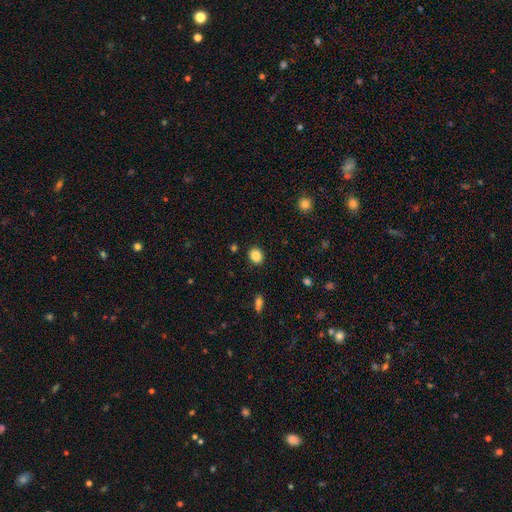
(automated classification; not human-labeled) Morphology: type=smooth (86%); roundness=round (62%); merging=none (89%).